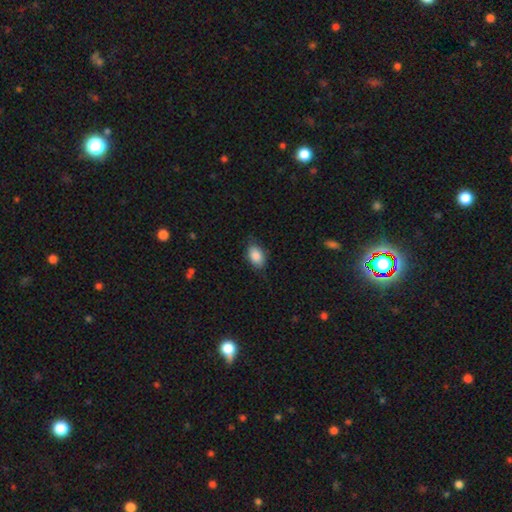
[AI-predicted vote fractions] Overall: smooth (88%). How rounded: in between (89%). Merging: none (78%).